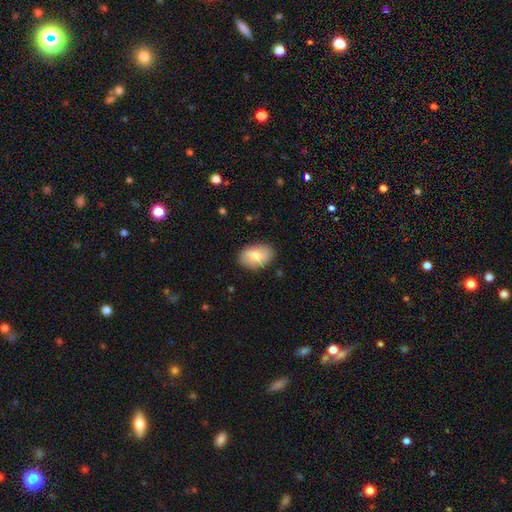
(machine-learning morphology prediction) Smooth or featured: smooth — 77% (featured or disk — 17%)
How rounded: in between — 87% (round — 12%)
Merging: none — 87% (minor disturbance — 10%)